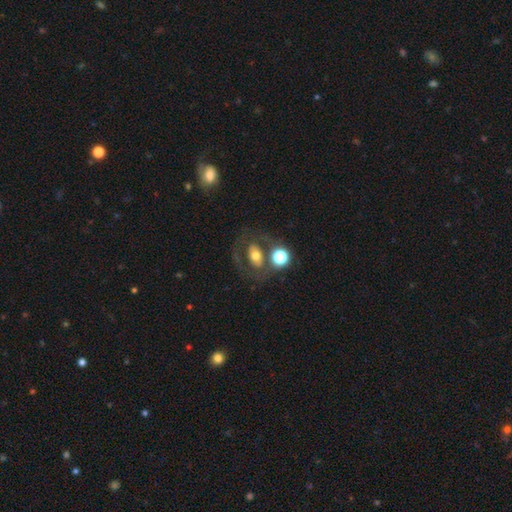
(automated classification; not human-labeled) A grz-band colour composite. It shows a smooth galaxy with no disk features (48%). Merging: none (56%).